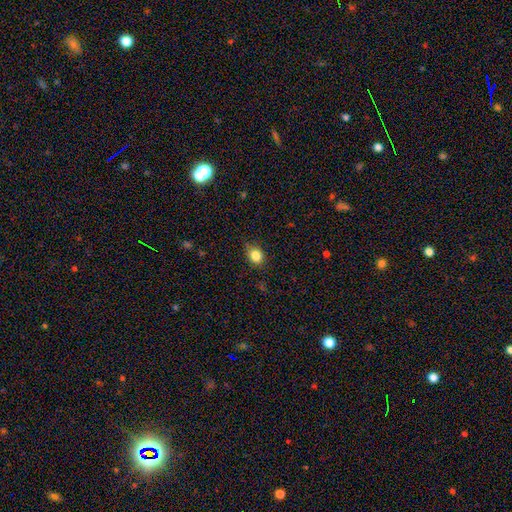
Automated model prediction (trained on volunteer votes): Q: Smooth or featured?
A: smooth (84%); runner-up: star or artifact (11%)
Q: How rounded?
A: round (57%); runner-up: in between (42%)
Q: Merging?
A: none (79%); runner-up: minor disturbance (17%)